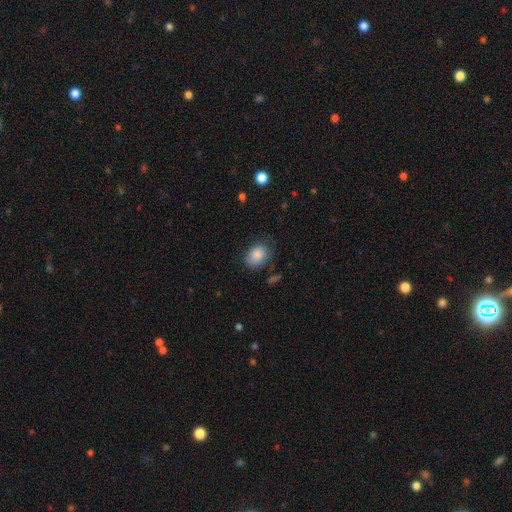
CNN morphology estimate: smooth 86%, star or artifact 8%, featured or disk 6%. Down the decision tree: how rounded — in between (70%); merging — none (67%).